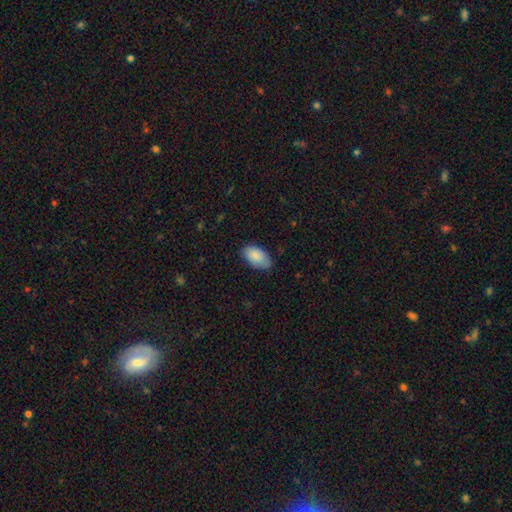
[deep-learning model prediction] A smooth galaxy with no disk features (85%) that is in between round and cigar-shaped (95%).

Vote fractions:
- Smooth or featured? smooth: 85% / featured or disk: 9% / star or artifact: 6%
- How rounded? in between: 95% / round: 4% / cigar-shaped: 2%
- Merging? none: 74% / minor disturbance: 22% / major disturbance: 3% / merger: 1%